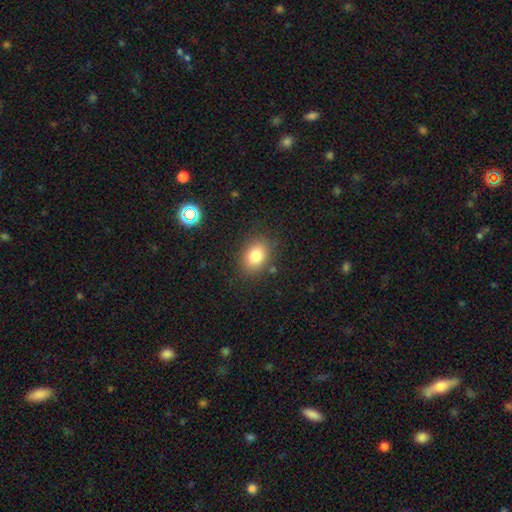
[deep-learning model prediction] This is clearly a smooth galaxy (80%). How rounded: likely in between (68%). Merging: clearly none (83%).